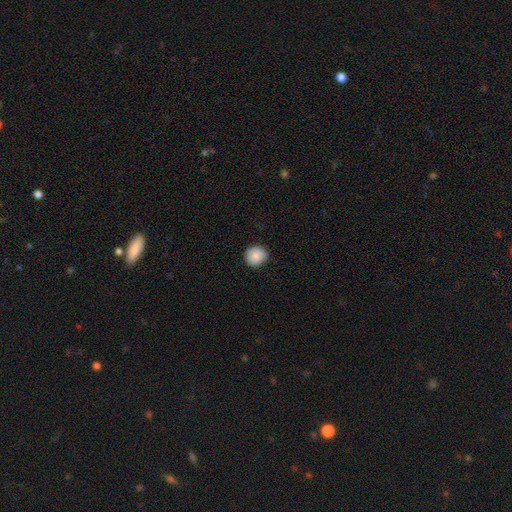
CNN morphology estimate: Smooth or featured: smooth — 89% (star or artifact — 8%)
How rounded: round — 91% (in between — 8%)
Merging: none — 88% (minor disturbance — 9%)